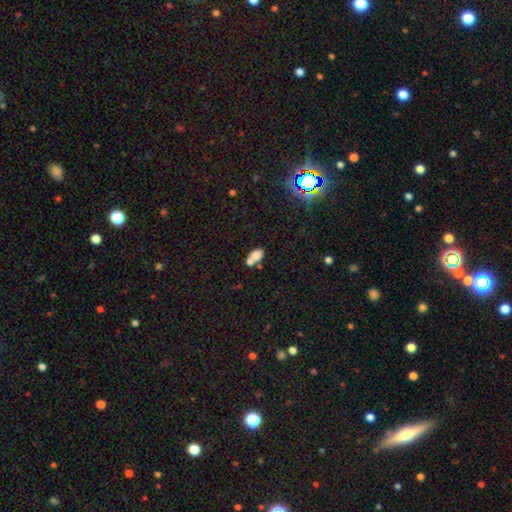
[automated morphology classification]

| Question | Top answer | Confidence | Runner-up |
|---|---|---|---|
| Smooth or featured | smooth | 76% | featured or disk (14%) |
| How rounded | in between | 82% | round (16%) |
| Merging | merger | 51% | none (33%) |